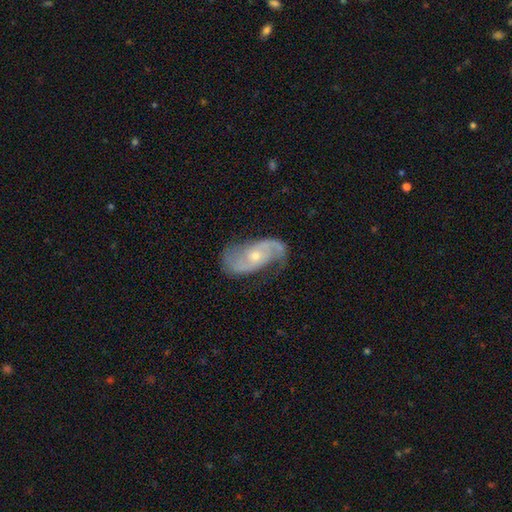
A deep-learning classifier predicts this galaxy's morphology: type=featured or disk (86%); edge-on=no (96%); bar=no (63%); spiral arms=yes (96%); winding=medium (46%); arm count=2 (89%); bulge=small (51%); merging=none (70%).